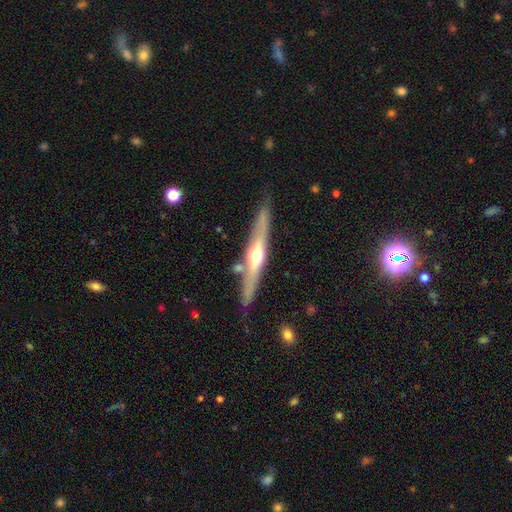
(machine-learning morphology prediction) Smooth or featured: featured or disk — 69% (smooth — 25%)
Edge-on disk: yes — 95% (no — 5%)
Edge-on bulge: rounded — 90% (none — 6%)
Merging: none — 80% (minor disturbance — 12%)